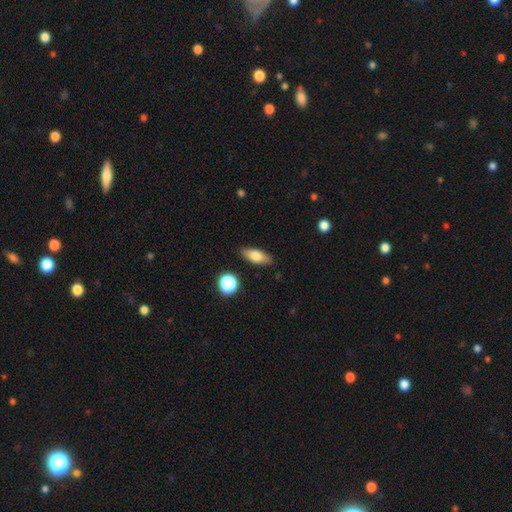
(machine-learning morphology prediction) Overall: smooth (73%). How rounded: in between (73%). Merging: none (86%).